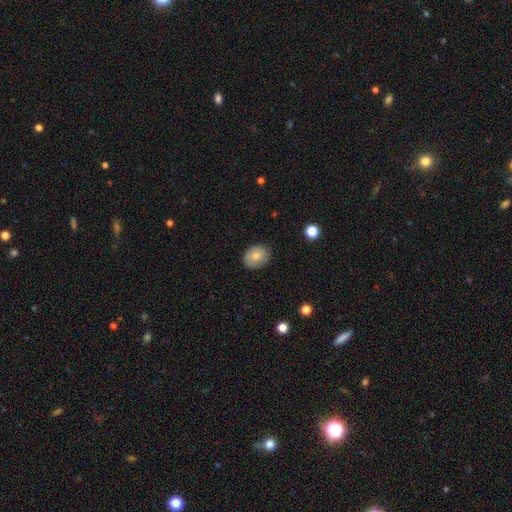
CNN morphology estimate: smooth_or_featured: smooth (p=0.78) [alt: featured or disk p=0.14]
how_rounded: in between (p=0.55) [alt: round p=0.44]
merging: none (p=0.84) [alt: minor disturbance p=0.13]